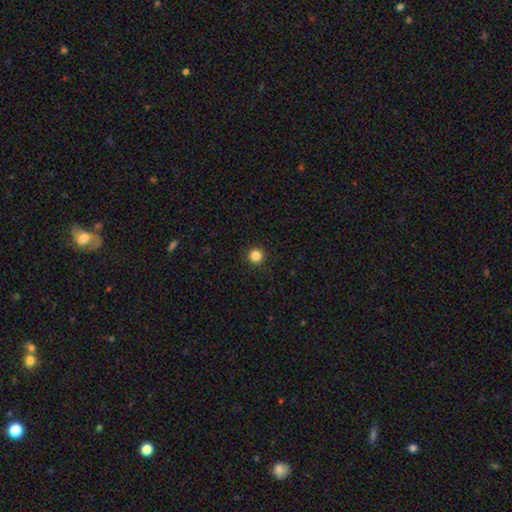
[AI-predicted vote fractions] This is clearly a smooth galaxy (85%). How rounded: clearly round (96%). Merging: clearly none (93%).